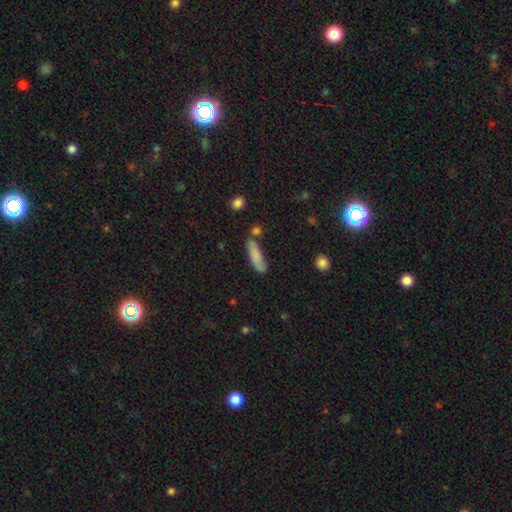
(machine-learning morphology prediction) A smooth galaxy with no disk features (78%) that is cigar-shaped (63%). Merging: none (65%).